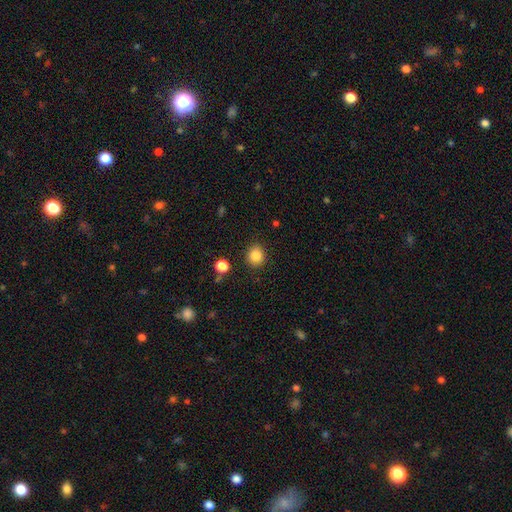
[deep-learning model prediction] Smooth or featured? smooth (85%)
How rounded? round (82%)
Merging? none (88%)